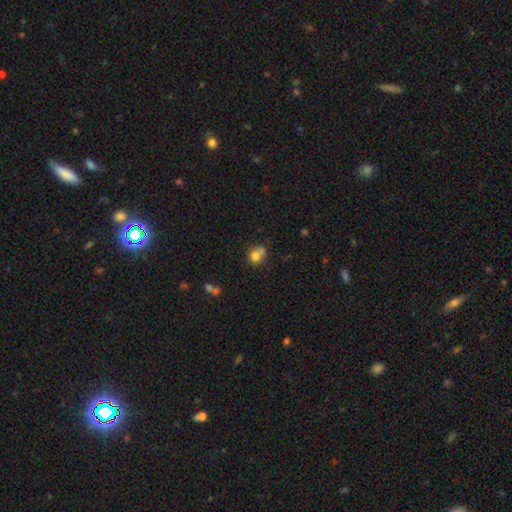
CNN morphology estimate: Smooth or featured?
  - smooth: 76% *
  - featured or disk: 12%
  - star or artifact: 12%
How rounded?
  - round: 69% *
  - in between: 30%
  - cigar-shaped: 1%
Merging?
  - none: 42% *
  - merger: 34%
  - minor disturbance: 17%
  - major disturbance: 7%